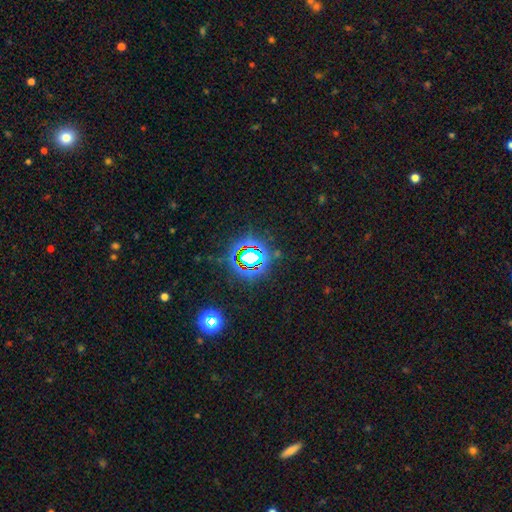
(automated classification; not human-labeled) A star or artifact, not a galaxy (82%).

Vote fractions:
- Smooth or featured? star or artifact: 82% / smooth: 11% / featured or disk: 7%